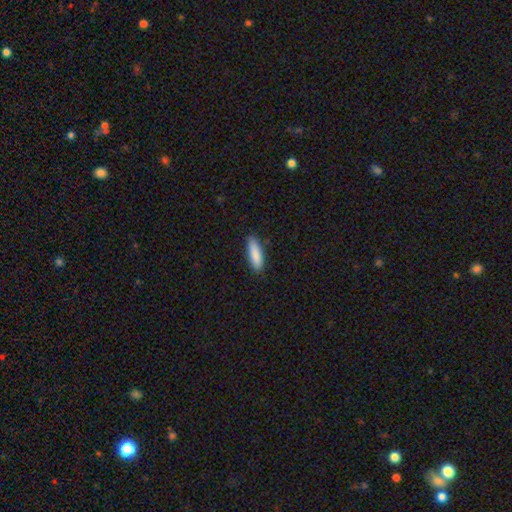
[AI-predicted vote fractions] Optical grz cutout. It shows a smooth galaxy with no disk features (88%) that is cigar-shaped (54%). Merging: none (84%).